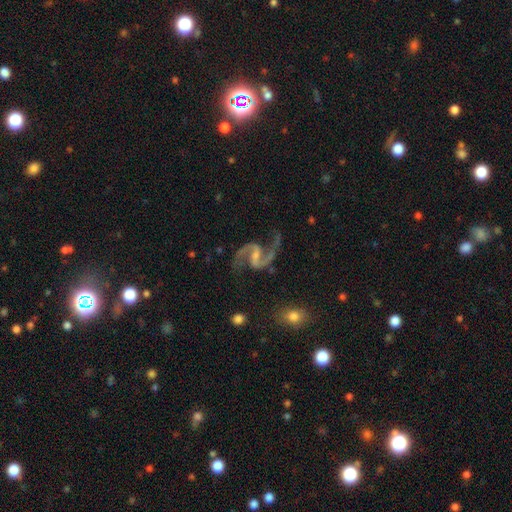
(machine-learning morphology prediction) Smooth or featured?
  - featured or disk: 94% *
  - star or artifact: 4%
  - smooth: 3%
Edge-on disk?
  - no: 98% *
  - yes: 2%
Bar?
  - weak: 47% *
  - strong: 34%
  - no: 19%
Spiral arms?
  - yes: 98% *
  - no: 2%
Spiral winding?
  - loose: 47% * (tied)
  - medium: 47% * (tied)
  - tight: 6%
Spiral arm count?
  - 2: 94% *
  - 1: 2%
  - can't tell: 1%
  - 3: 1%
  - 4: 1%
  - more than 4: 1%
Bulge size?
  - small: 49% *
  - none: 26%
  - moderate: 22%
  - large: 2%
  - dominant: 1%
Merging?
  - none: 74% *
  - minor disturbance: 14%
  - major disturbance: 9%
  - merger: 2%